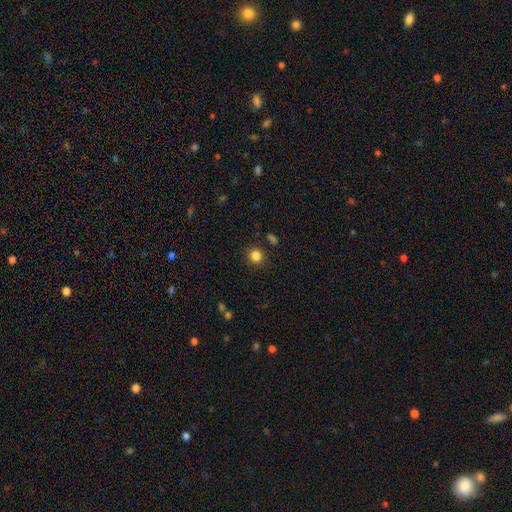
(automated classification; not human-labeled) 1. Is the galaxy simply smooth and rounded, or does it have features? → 84% smooth, 12% star or artifact, 4% featured or disk.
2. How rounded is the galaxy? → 89% round, 10% in between, 1% cigar-shaped.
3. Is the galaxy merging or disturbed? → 89% none, 7% minor disturbance, 2% major disturbance, 2% merger.